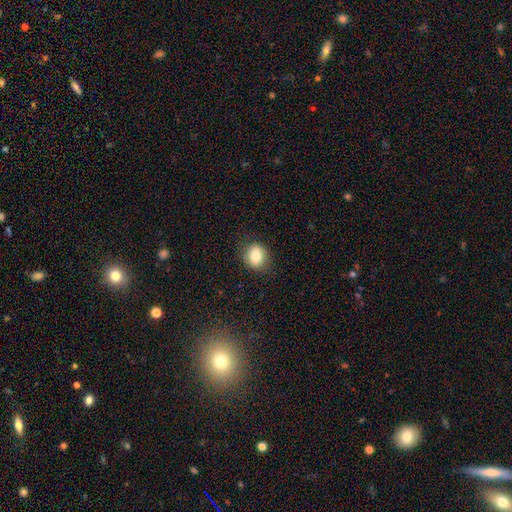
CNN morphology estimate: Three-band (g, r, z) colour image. It shows a smooth galaxy with no disk features (80%) that is round (62%). Merging: none (84%).